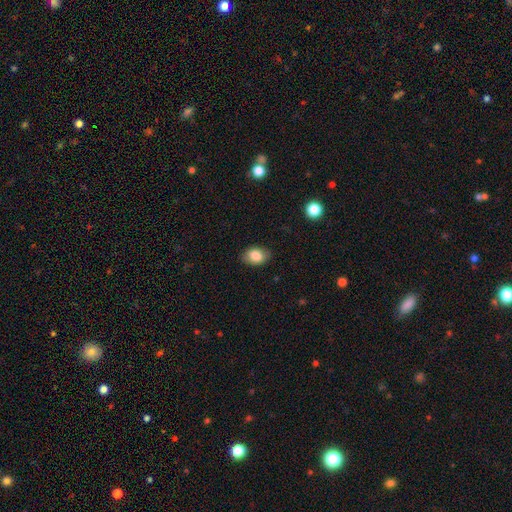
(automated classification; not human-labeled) The model was most divided on "how rounded": in between: 81%, round: 18%, cigar-shaped: 1%. More confident: merging — none (85%); smooth or featured — smooth (83%).